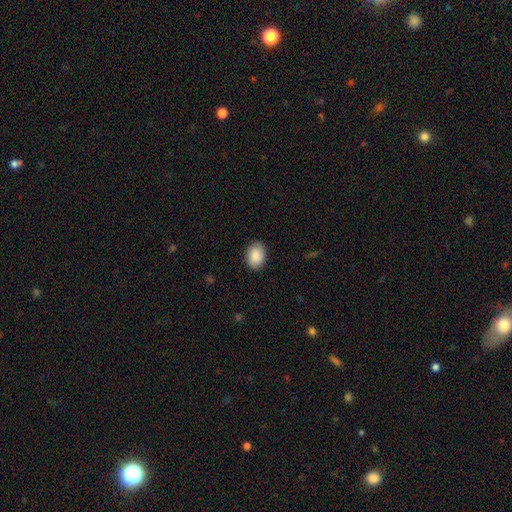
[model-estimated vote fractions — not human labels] Smooth or featured?
  - smooth: 87% *
  - featured or disk: 7%
  - star or artifact: 7%
How rounded?
  - in between: 68% *
  - round: 31%
  - cigar-shaped: 1%
Merging?
  - none: 85% *
  - minor disturbance: 11%
  - major disturbance: 2%
  - merger: 1%